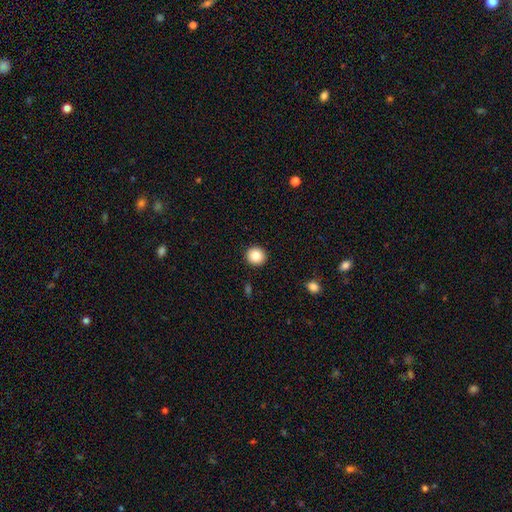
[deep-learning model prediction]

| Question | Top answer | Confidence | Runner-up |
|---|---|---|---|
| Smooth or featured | smooth | 85% | star or artifact (9%) |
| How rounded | round | 93% | in between (6%) |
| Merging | none | 93% | minor disturbance (5%) |